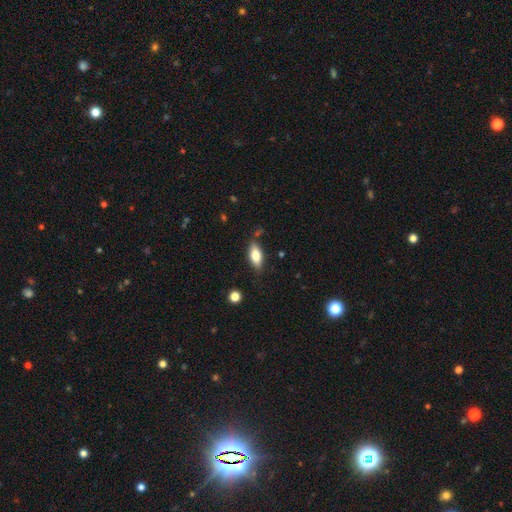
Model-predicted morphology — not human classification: smooth-or-featured: smooth: 75% | featured or disk: 18% | star or artifact: 7%
  how-rounded: in between: 81% | cigar-shaped: 16% | round: 3%
  merging: none: 79% | minor disturbance: 15% | major disturbance: 3% | merger: 3%